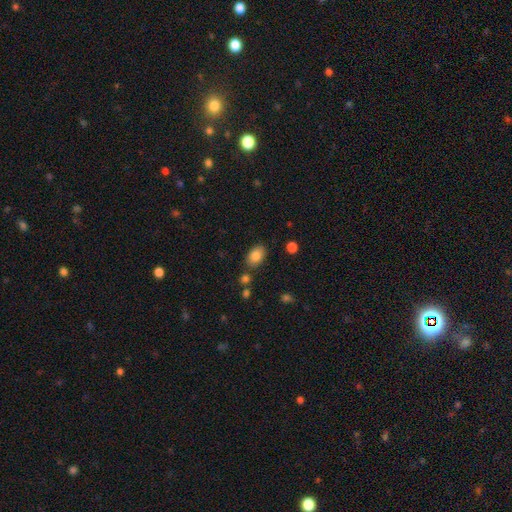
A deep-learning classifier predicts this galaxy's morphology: A smooth galaxy with no disk features (85%) that is in between round and cigar-shaped (87%).

Vote fractions:
- Smooth or featured? smooth: 85% / star or artifact: 8% / featured or disk: 7%
- How rounded? in between: 87% / round: 11% / cigar-shaped: 1%
- Merging? none: 79% / minor disturbance: 13% / merger: 5% / major disturbance: 3%